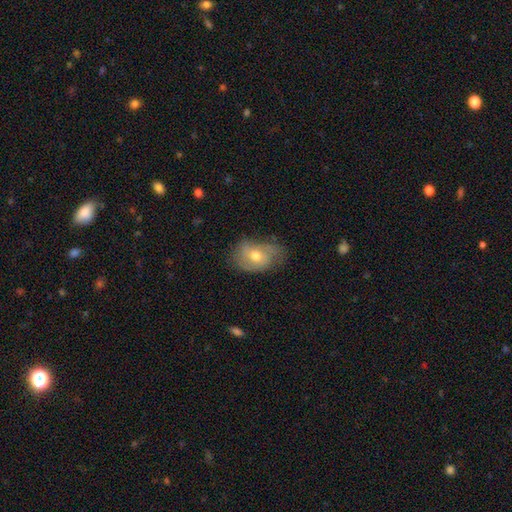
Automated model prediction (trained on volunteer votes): featured or disk 48%, smooth 43%, star or artifact 8%. Down the decision tree: merging — none (54%).